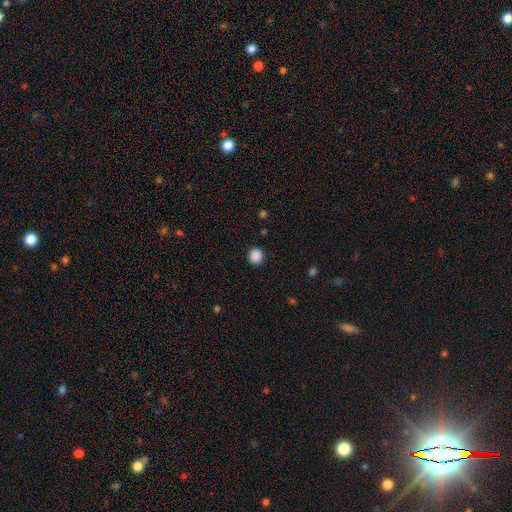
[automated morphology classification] This appears to be a smooth galaxy with no disk features (88%) that is round (77%). Merging: none (90%).